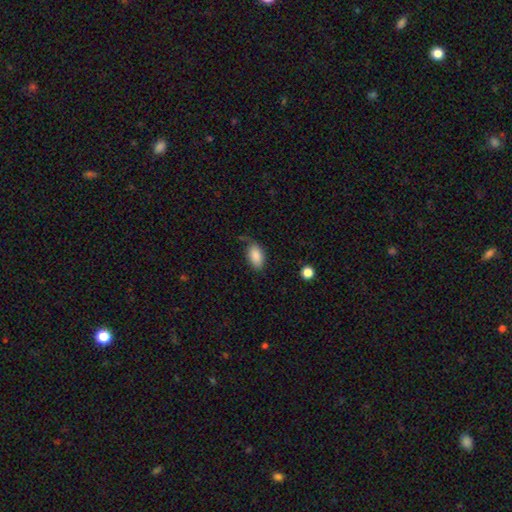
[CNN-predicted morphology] A smooth galaxy with no disk features (86%) that is in between round and cigar-shaped (92%).

Vote fractions:
- Smooth or featured? smooth: 86% / featured or disk: 7% / star or artifact: 7%
- How rounded? in between: 92% / round: 5% / cigar-shaped: 2%
- Merging? none: 59% / minor disturbance: 28% / major disturbance: 10% / merger: 3%